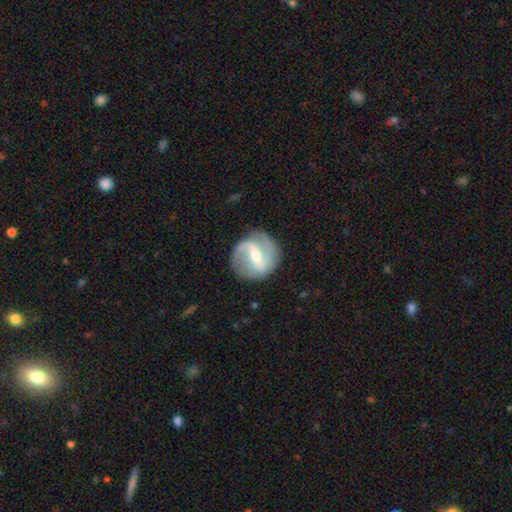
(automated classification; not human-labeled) Q: Smooth or featured?
A: featured or disk (82%); runner-up: smooth (13%)
Q: Edge-on disk?
A: no (96%); runner-up: yes (4%)
Q: Bar?
A: strong (52%); runner-up: weak (38%)
Q: Spiral arms?
A: yes (90%); runner-up: no (10%)
Q: Spiral winding?
A: medium (41%); tied with: loose (41%)
Q: Spiral arm count?
A: 2 (80%); runner-up: can't tell (8%)
Q: Bulge size?
A: small (51%); runner-up: moderate (43%)
Q: Merging?
A: none (80%); runner-up: minor disturbance (13%)